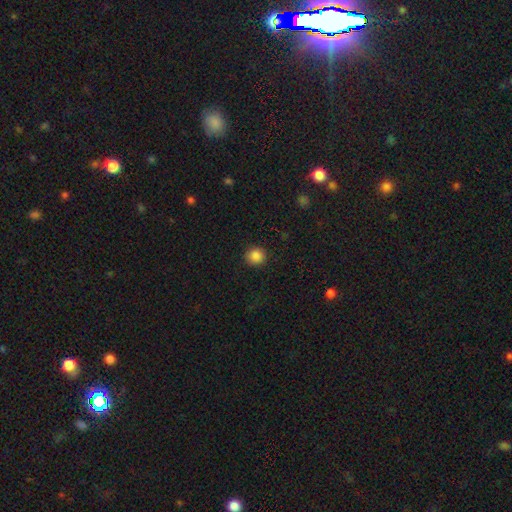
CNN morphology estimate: Overall: smooth (86%). How rounded: round (91%). Merging: none (90%).